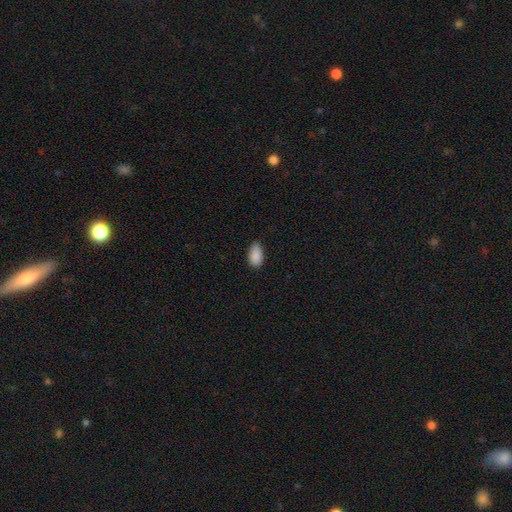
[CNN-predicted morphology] Smooth or featured? Predicted: smooth (p=0.90). How rounded? Predicted: in between (p=0.94). Merging? Predicted: none (p=0.79).